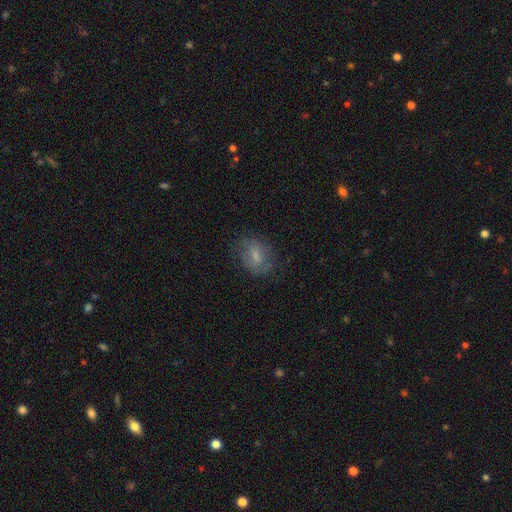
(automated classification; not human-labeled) The model was most divided on "smooth or featured": smooth: 58%, featured or disk: 33%, star or artifact: 9%. More confident: how rounded — in between (71%); merging — none (68%).